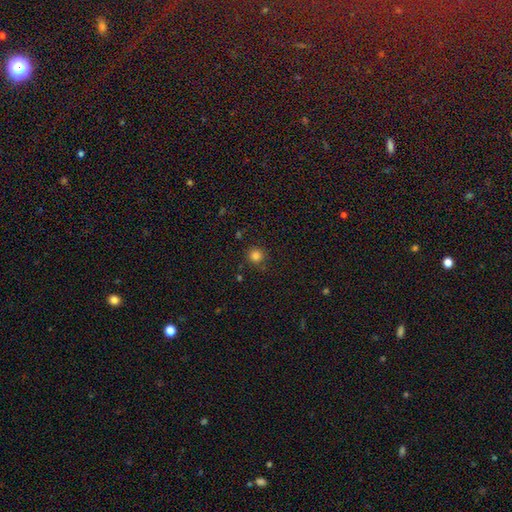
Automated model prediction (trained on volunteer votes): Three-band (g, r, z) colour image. It shows a smooth galaxy with no disk features (81%) that is round (94%). Merging: none (87%).